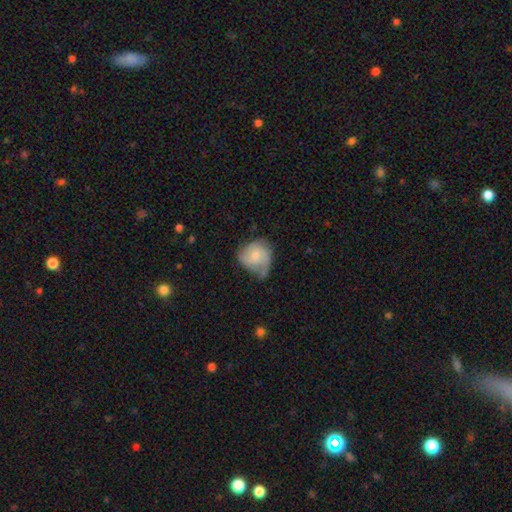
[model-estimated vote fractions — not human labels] smooth_or_featured: smooth (p=0.47) [alt: featured or disk p=0.46]
merging: minor disturbance (p=0.39) [alt: none p=0.38]